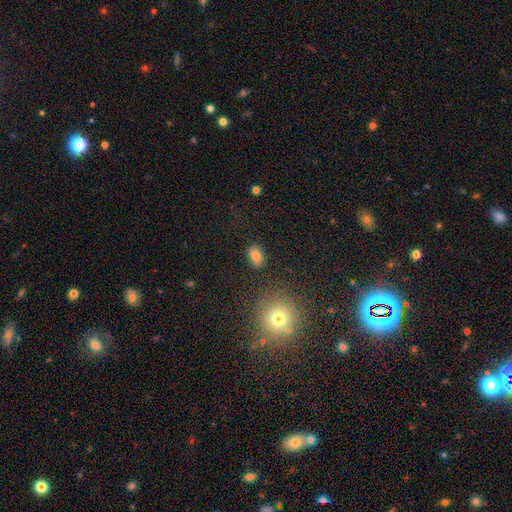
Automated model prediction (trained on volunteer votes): smooth 82%, star or artifact 12%, featured or disk 6%. Down the decision tree: how rounded — in between (84%); merging — none (83%).